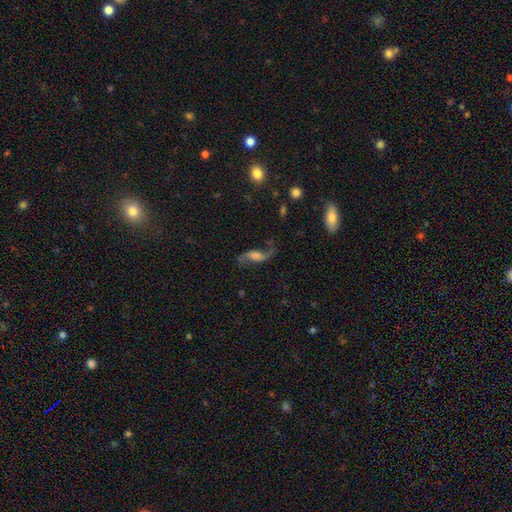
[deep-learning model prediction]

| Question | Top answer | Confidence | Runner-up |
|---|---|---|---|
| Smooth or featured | featured or disk | 76% | smooth (16%) |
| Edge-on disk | no | 92% | yes (8%) |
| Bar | no | 50% | weak (36%) |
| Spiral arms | yes | 94% | no (6%) |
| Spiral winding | loose | 89% | medium (9%) |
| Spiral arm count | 2 | 92% | 1 (4%) |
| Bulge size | none | 35% | large (22%) |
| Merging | none | 69% | minor disturbance (16%) |